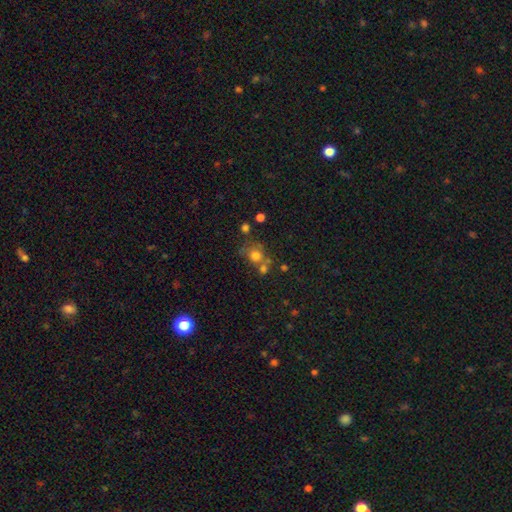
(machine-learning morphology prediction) This appears to be a smooth galaxy with no disk features (72%) that is round (79%). Merging: none (49%).